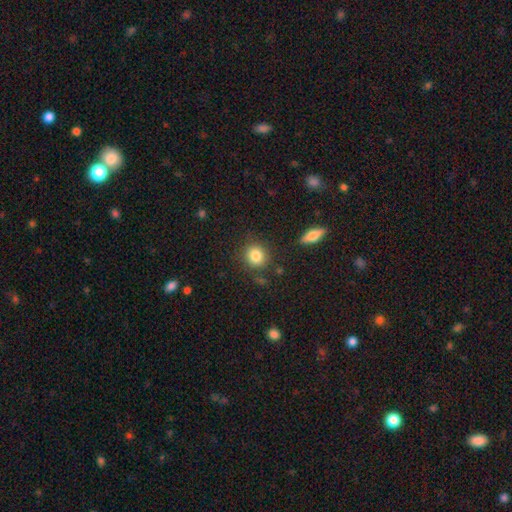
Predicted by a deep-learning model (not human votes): A smooth galaxy with no disk features (84%) that is round (81%).

Vote fractions:
- Smooth or featured? smooth: 84% / star or artifact: 9% / featured or disk: 7%
- How rounded? round: 81% / in between: 17% / cigar-shaped: 1%
- Merging? none: 85% / minor disturbance: 9% / merger: 3% / major disturbance: 3%